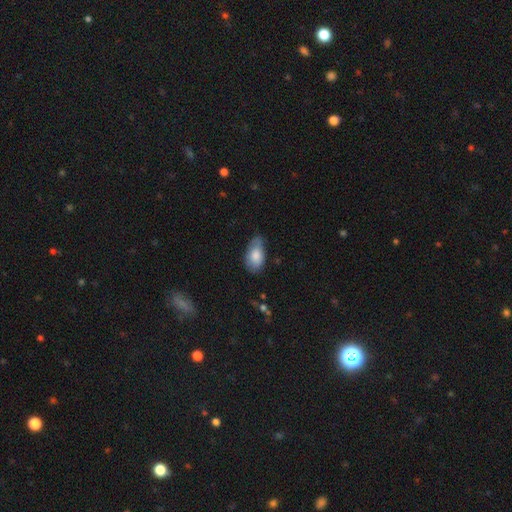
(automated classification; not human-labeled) Smooth or featured?
  - smooth: 80% *
  - featured or disk: 14%
  - star or artifact: 6%
How rounded?
  - in between: 93% *
  - round: 4%
  - cigar-shaped: 2%
Merging?
  - none: 56% *
  - minor disturbance: 35%
  - major disturbance: 7%
  - merger: 2%